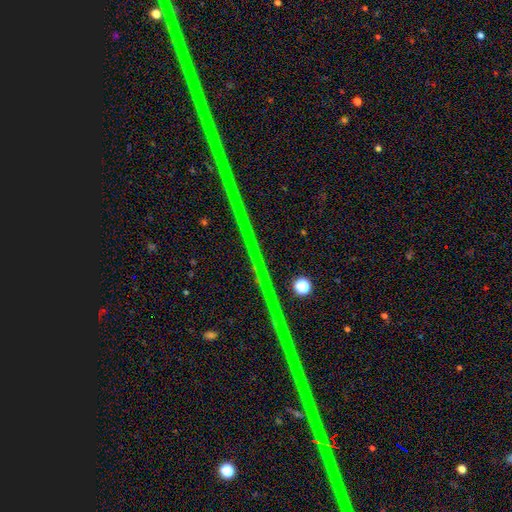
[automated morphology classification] Q: Smooth or featured?
A: star or artifact (89%); runner-up: featured or disk (6%)